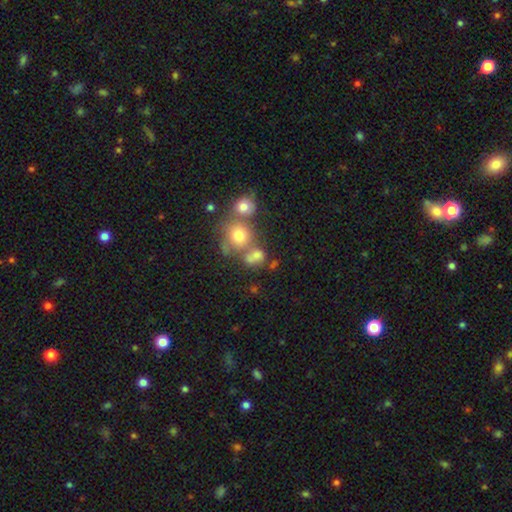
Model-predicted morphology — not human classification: smooth 71%, star or artifact 16%, featured or disk 14%. Down the decision tree: how rounded — round (64%); merging — merger (41%).